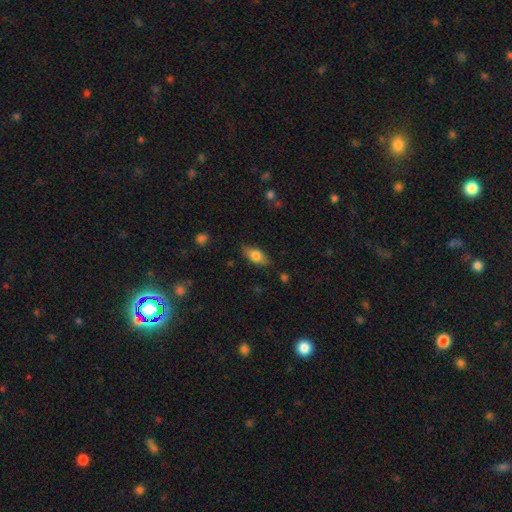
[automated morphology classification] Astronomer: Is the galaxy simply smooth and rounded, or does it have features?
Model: smooth — 72%.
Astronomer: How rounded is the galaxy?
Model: in between — 82%.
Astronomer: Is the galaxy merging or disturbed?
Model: none — 81%.